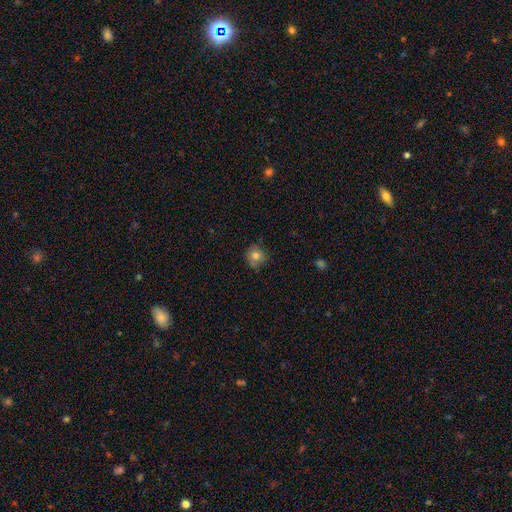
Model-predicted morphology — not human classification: The model was most divided on "merging": none: 76%, minor disturbance: 19%, major disturbance: 3%, merger: 2%. More confident: how rounded — round (87%); smooth or featured — smooth (78%).